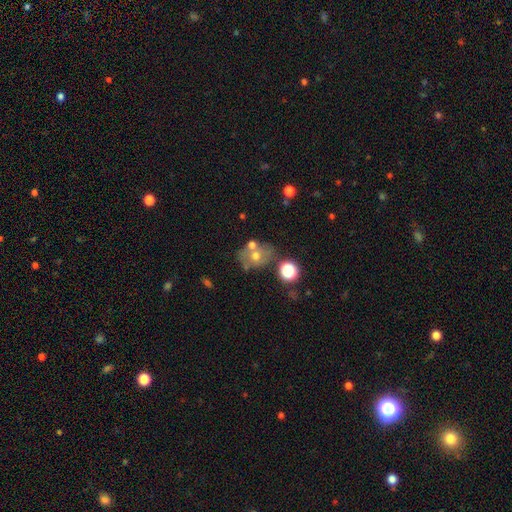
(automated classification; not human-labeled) Smooth or featured? smooth (49%)
Merging? none (49%)